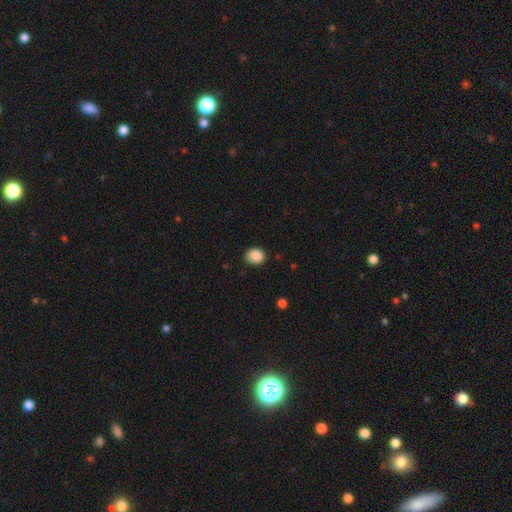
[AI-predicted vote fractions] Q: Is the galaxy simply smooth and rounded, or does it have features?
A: smooth — 88%.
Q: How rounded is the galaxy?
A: round — 53%.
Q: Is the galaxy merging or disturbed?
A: none — 85%.